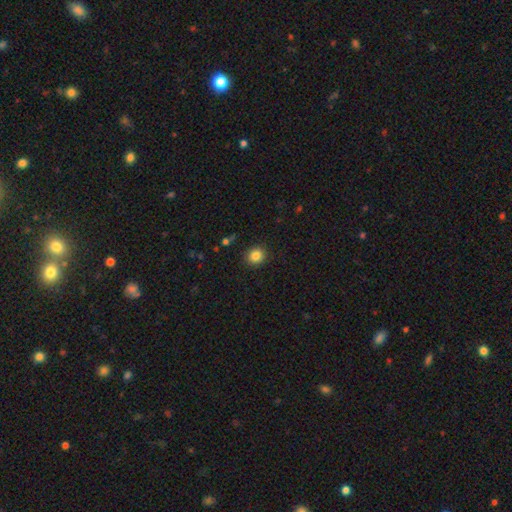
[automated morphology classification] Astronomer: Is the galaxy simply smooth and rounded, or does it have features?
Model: smooth — 85%.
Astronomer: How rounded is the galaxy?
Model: round — 82%.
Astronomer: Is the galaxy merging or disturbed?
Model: none — 90%.